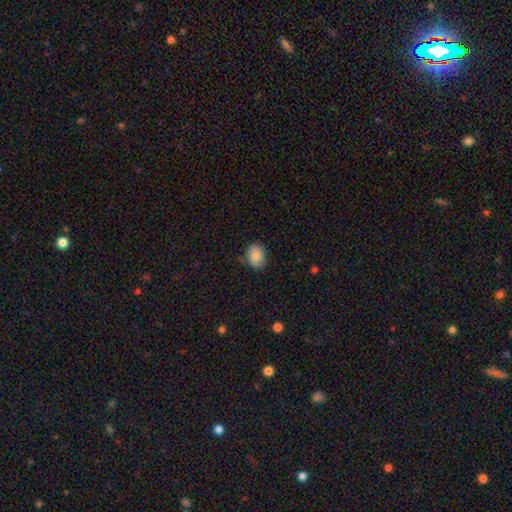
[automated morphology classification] smooth-or-featured: smooth: 85% | star or artifact: 8% | featured or disk: 7%
  how-rounded: in between: 69% | round: 30% | cigar-shaped: 1%
  merging: none: 73% | minor disturbance: 21% | major disturbance: 4% | merger: 1%